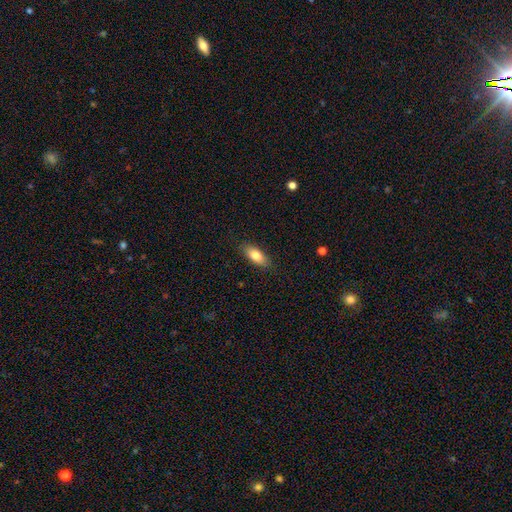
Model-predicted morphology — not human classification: A smooth galaxy with no disk features (80%) that is in between round and cigar-shaped (82%).

Vote fractions:
- Smooth or featured? smooth: 80% / featured or disk: 14% / star or artifact: 7%
- How rounded? in between: 82% / cigar-shaped: 15% / round: 3%
- Merging? none: 87% / minor disturbance: 10% / major disturbance: 2% / merger: 1%